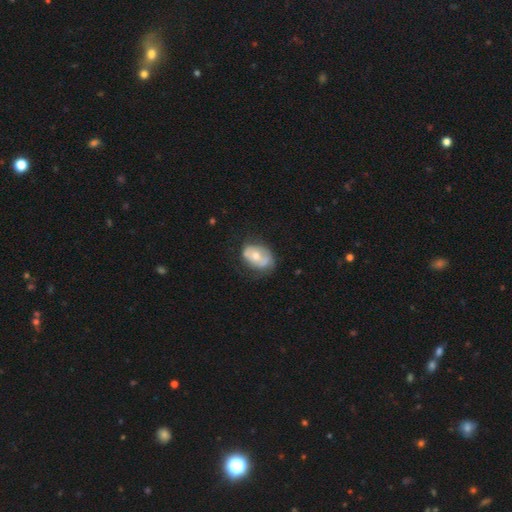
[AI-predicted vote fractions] This appears to be a featured or disk galaxy (48%). Merging: none (58%).